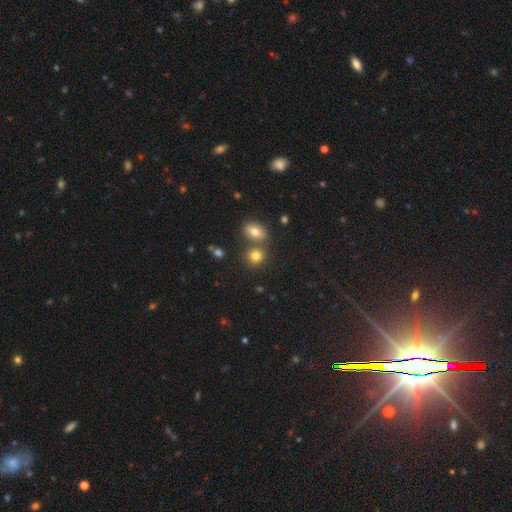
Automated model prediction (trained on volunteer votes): smooth 79%, star or artifact 12%, featured or disk 9%. Down the decision tree: how rounded — round (74%); merging — none (61%).